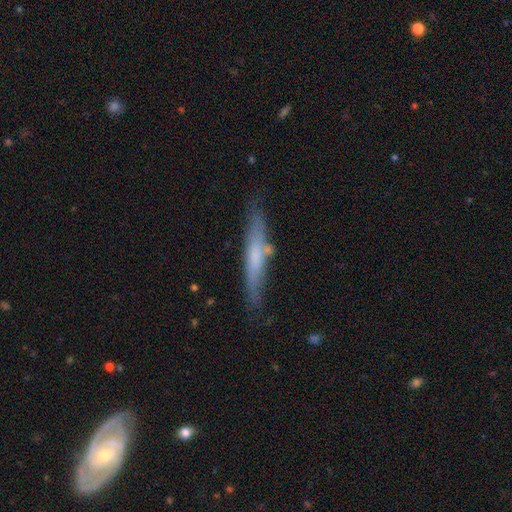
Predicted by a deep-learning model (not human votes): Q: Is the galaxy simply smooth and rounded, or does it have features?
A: smooth — 52%.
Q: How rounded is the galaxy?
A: cigar-shaped — 92%.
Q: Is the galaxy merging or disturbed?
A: none — 74%.